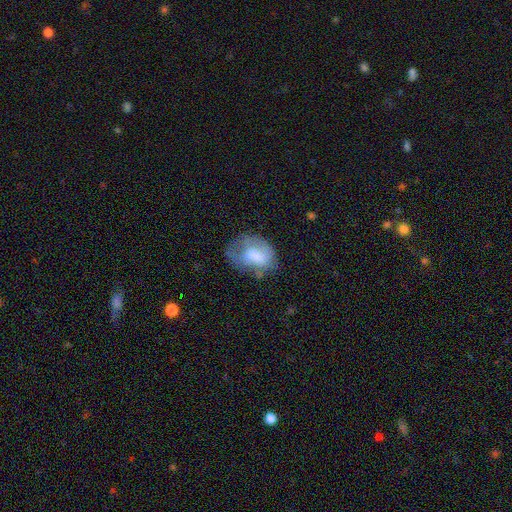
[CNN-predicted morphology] Smooth or featured: smooth — 60% (featured or disk — 32%)
How rounded: in between — 74% (round — 25%)
Merging: none — 37% (minor disturbance — 31%)